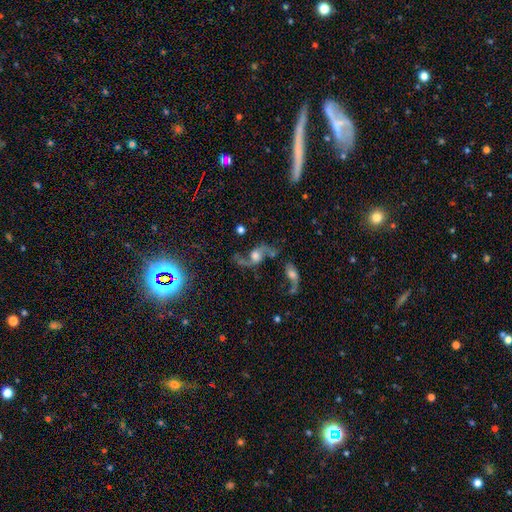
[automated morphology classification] Smooth or featured?
  - featured or disk: 78% *
  - smooth: 13%
  - star or artifact: 10%
Edge-on disk?
  - no: 91% *
  - yes: 9%
Bar?
  - no: 66% *
  - weak: 27%
  - strong: 7%
Spiral arms?
  - yes: 90% *
  - no: 10%
Spiral winding?
  - loose: 85% *
  - medium: 12%
  - tight: 3%
Spiral arm count?
  - 2: 90% *
  - 1: 4%
  - can't tell: 2%
  - 3: 1%
  - 4: 1%
  - more than 4: 1%
Bulge size?
  - moderate: 48% *
  - large: 31%
  - small: 13%
  - none: 4%
  - dominant: 4%
Merging?
  - none: 48% *
  - merger: 18%
  - major disturbance: 17%
  - minor disturbance: 16%